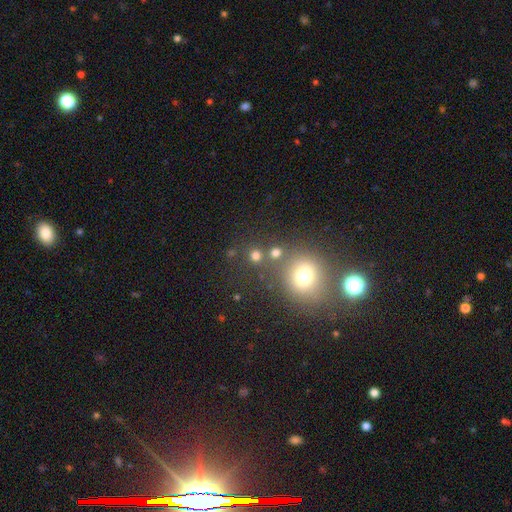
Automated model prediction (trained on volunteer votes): This appears to be a smooth galaxy with no disk features (73%) that is round (89%). Merging: none (73%).